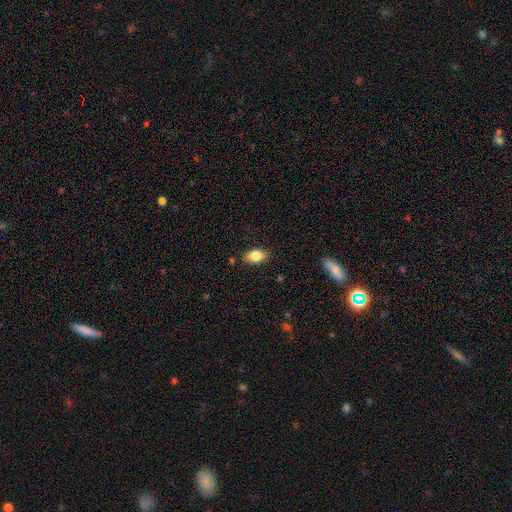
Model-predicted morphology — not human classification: Q: Smooth or featured?
A: smooth (80%); runner-up: featured or disk (12%)
Q: How rounded?
A: in between (89%); runner-up: round (8%)
Q: Merging?
A: none (84%); runner-up: minor disturbance (12%)